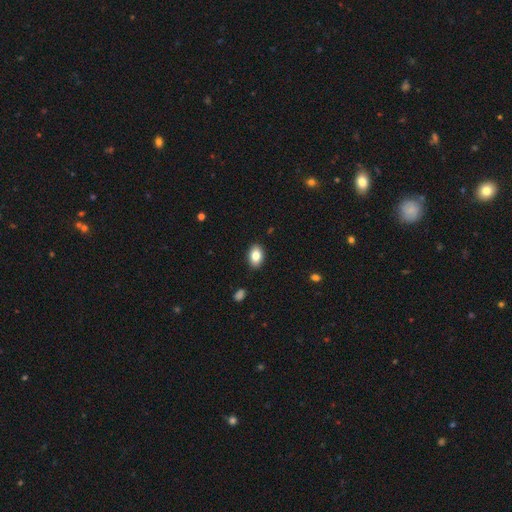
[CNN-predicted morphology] This appears to be a smooth galaxy with no disk features (84%) that is in between round and cigar-shaped (88%). Merging: none (88%).